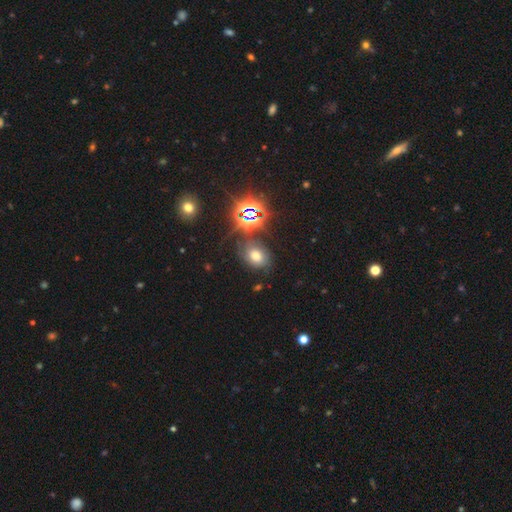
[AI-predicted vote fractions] The model was most divided on "smooth or featured": smooth: 51%, star or artifact: 33%, featured or disk: 16%. More confident: merging — none (69%); how rounded — in between (59%).